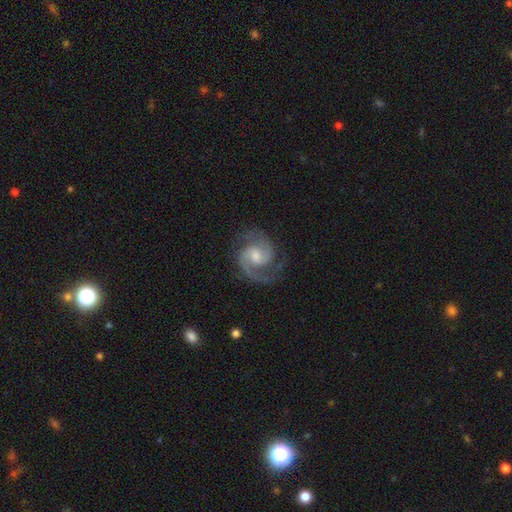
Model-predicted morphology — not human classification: Smooth or featured: featured or disk — 92% (star or artifact — 4%)
Edge-on disk: no — 98% (yes — 2%)
Bar: weak — 50% (no — 41%)
Spiral arms: yes — 98% (no — 2%)
Spiral winding: medium — 60% (tight — 30%)
Spiral arm count: 2 — 92% (3 — 3%)
Bulge size: moderate — 51% (small — 35%)
Merging: none — 80% (minor disturbance — 14%)